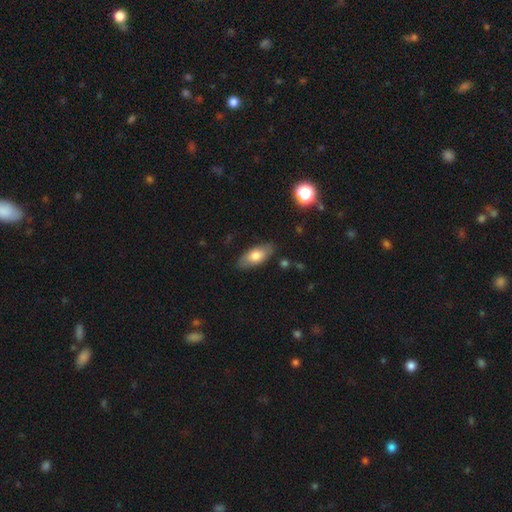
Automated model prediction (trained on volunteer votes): The model was most divided on "smooth or featured": smooth: 71%, featured or disk: 23%, star or artifact: 6%. More confident: how rounded — in between (88%); merging — none (83%).